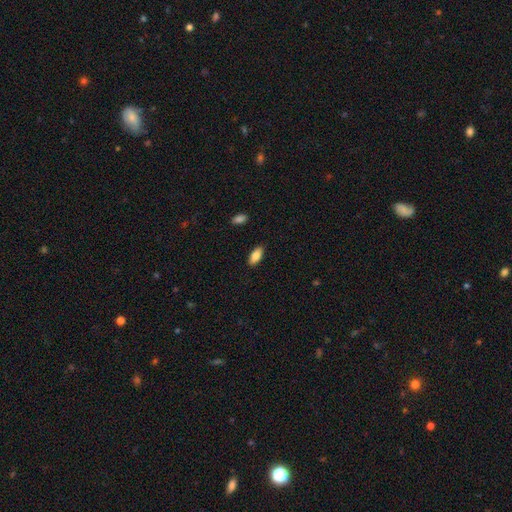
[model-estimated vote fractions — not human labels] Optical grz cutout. It shows a smooth galaxy with no disk features (85%) that is in between round and cigar-shaped (88%). Merging: none (88%).